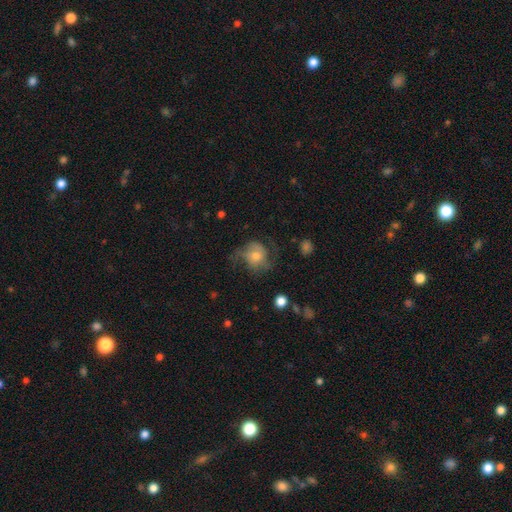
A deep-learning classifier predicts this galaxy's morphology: smooth_or_featured: featured or disk (p=0.54) [alt: smooth p=0.36]
disk_edge_on: no (p=0.97) [alt: yes p=0.03]
bar: no (p=0.75) [alt: weak p=0.21]
has_spiral_arms: yes (p=0.83) [alt: no p=0.17]
bulge_size: moderate (p=0.60) [alt: small p=0.24]
merging: none (p=0.52) [alt: minor disturbance p=0.24]